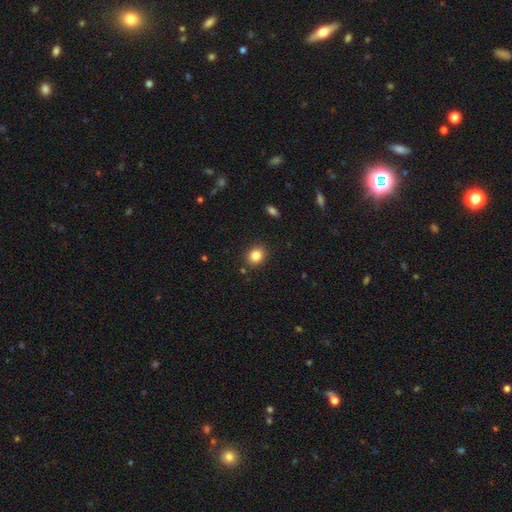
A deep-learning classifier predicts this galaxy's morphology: type=smooth (83%); roundness=round (64%); merging=none (88%).